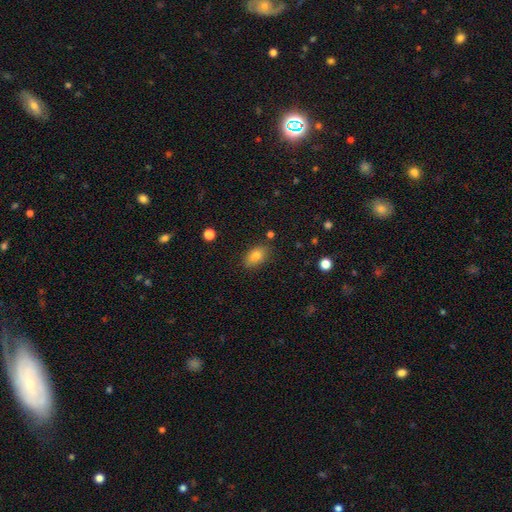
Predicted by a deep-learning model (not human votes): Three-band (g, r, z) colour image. It shows a smooth galaxy with no disk features (81%) that is in between round and cigar-shaped (87%). Merging: none (80%).